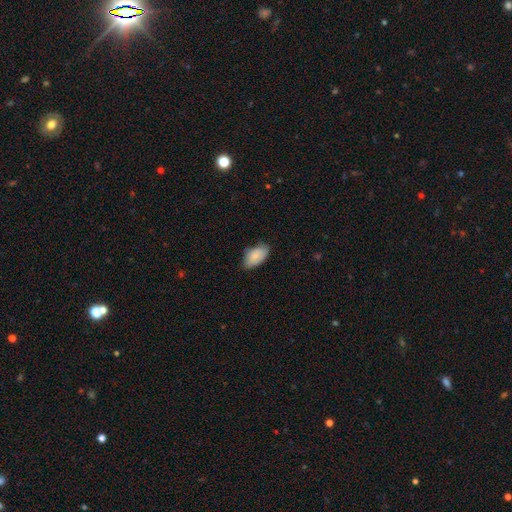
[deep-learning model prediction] smooth-or-featured: smooth: 83% | featured or disk: 11% | star or artifact: 6%
  how-rounded: in between: 95% | round: 4% | cigar-shaped: 2%
  merging: none: 73% | minor disturbance: 23% | major disturbance: 3% | merger: 1%